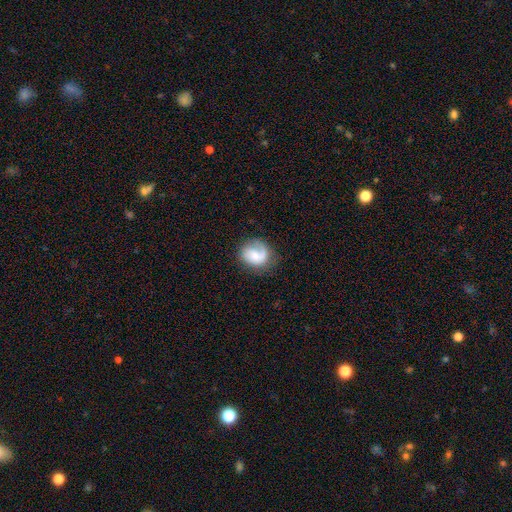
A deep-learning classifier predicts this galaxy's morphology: smooth-or-featured: smooth: 46% (tied) | featured or disk: 46% (tied) | star or artifact: 7%
  merging: none: 61% | minor disturbance: 22% | major disturbance: 15% | merger: 2%